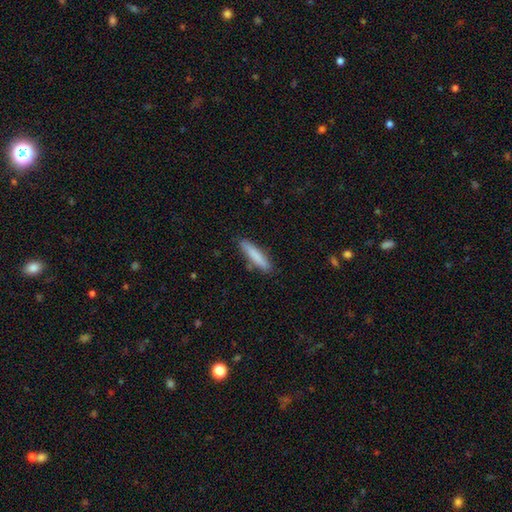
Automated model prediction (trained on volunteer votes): Smooth or featured? smooth (83%)
How rounded? cigar-shaped (86%)
Merging? none (85%)